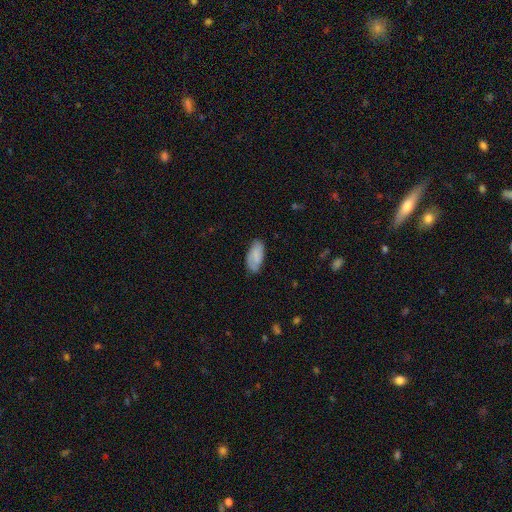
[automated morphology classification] A smooth galaxy with no disk features (79%) that is in between round and cigar-shaped (91%). Merging: none (72%).